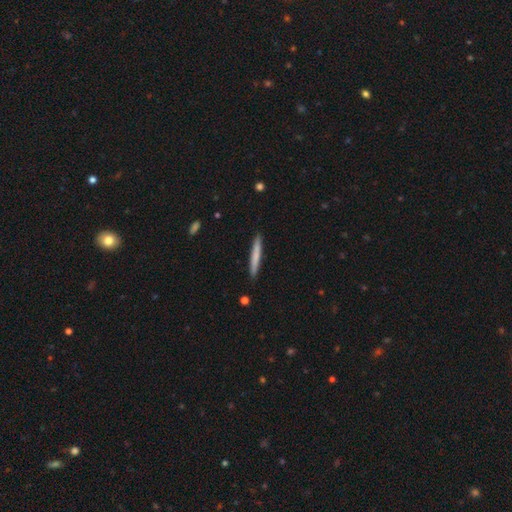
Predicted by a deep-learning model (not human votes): A smooth galaxy with no disk features (70%) that is cigar-shaped (96%). Merging: none (91%).